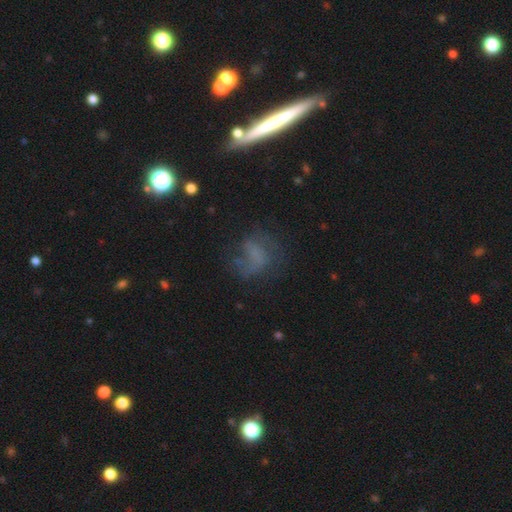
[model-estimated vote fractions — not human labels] A featured or disk galaxy (42%). Merging: none (47%).